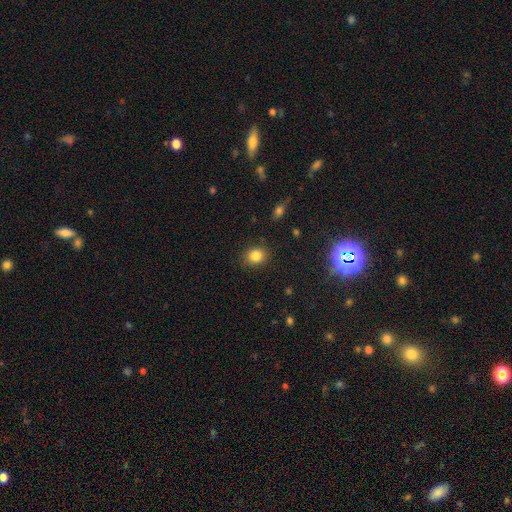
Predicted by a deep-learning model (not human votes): A smooth galaxy with no disk features (83%) that is round (71%).

Vote fractions:
- Smooth or featured? smooth: 83% / star or artifact: 11% / featured or disk: 6%
- How rounded? round: 71% / in between: 28% / cigar-shaped: 1%
- Merging? none: 87% / minor disturbance: 9% / major disturbance: 3% / merger: 1%